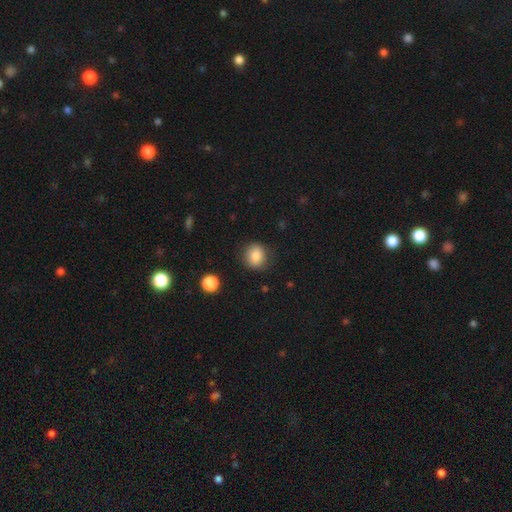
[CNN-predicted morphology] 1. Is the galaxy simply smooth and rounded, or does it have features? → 83% smooth, 10% star or artifact, 7% featured or disk.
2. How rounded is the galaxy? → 85% round, 14% in between, 1% cigar-shaped.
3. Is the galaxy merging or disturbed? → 85% none, 11% minor disturbance, 3% major disturbance, 1% merger.